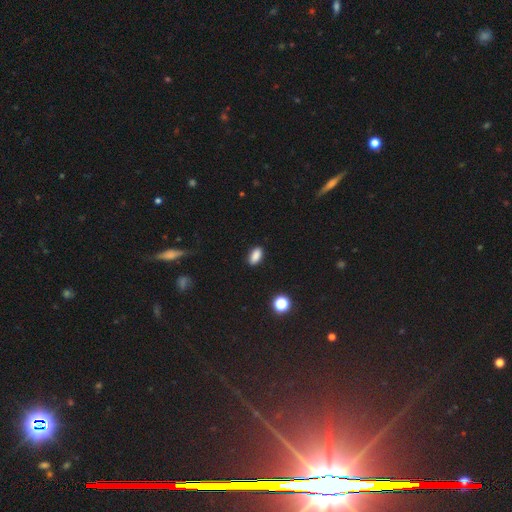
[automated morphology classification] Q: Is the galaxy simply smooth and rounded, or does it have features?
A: smooth — 86%.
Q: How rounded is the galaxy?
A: in between — 90%.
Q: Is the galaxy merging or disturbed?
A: none — 89%.